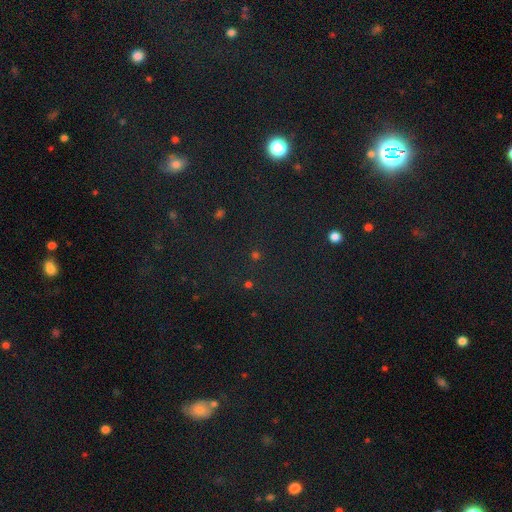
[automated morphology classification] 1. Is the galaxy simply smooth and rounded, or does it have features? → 64% star or artifact, 29% smooth, 8% featured or disk.